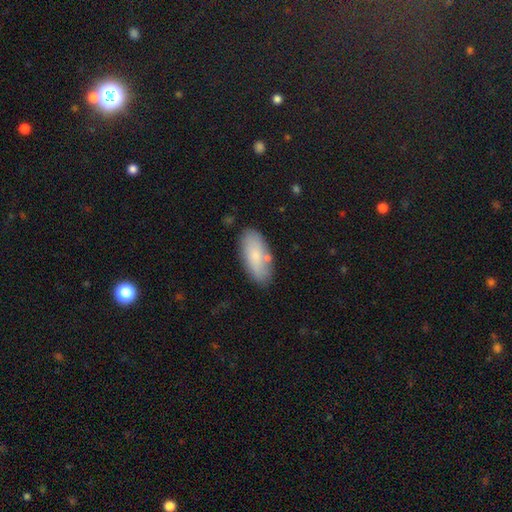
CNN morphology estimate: Overall: smooth (78%). How rounded: in between (85%). Merging: none (77%).